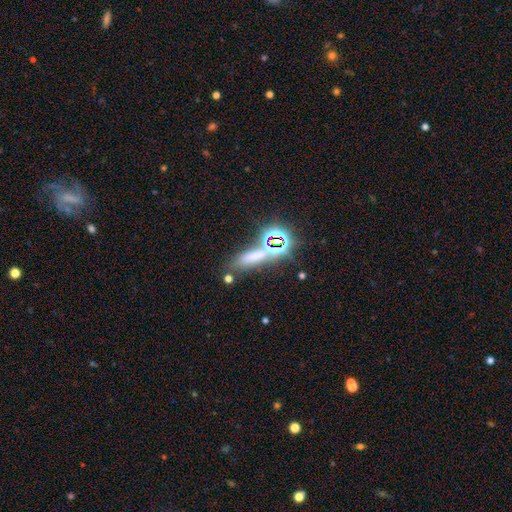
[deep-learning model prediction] Smooth or featured?
  - smooth: 55% *
  - star or artifact: 33%
  - featured or disk: 12%
How rounded?
  - cigar-shaped: 52% *
  - in between: 37%
  - round: 10%
Merging?
  - none: 64% *
  - merger: 15%
  - minor disturbance: 14%
  - major disturbance: 7%